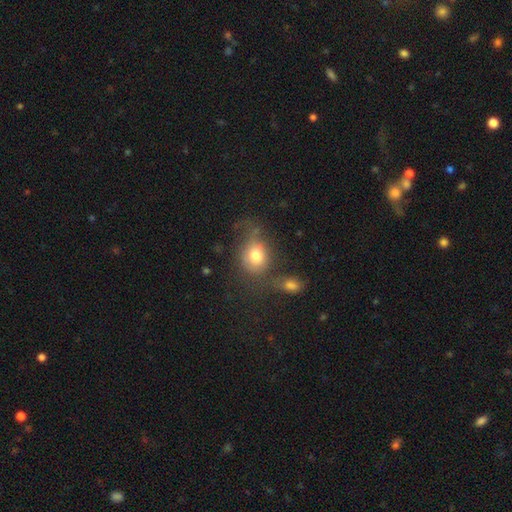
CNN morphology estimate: Smooth or featured? smooth (75%)
How rounded? round (60%)
Merging? none (44%)